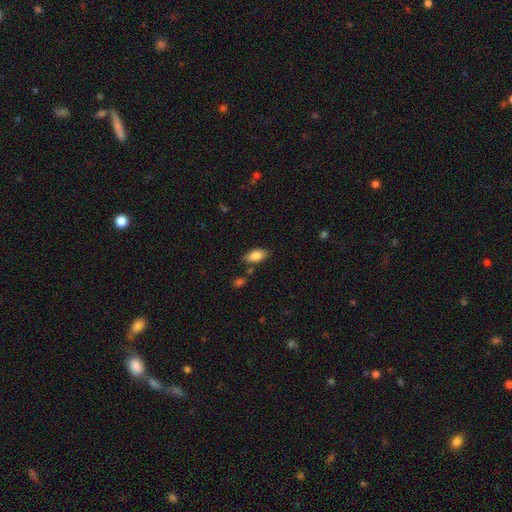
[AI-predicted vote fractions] Overall: smooth (84%). How rounded: in between (91%). Merging: none (80%).